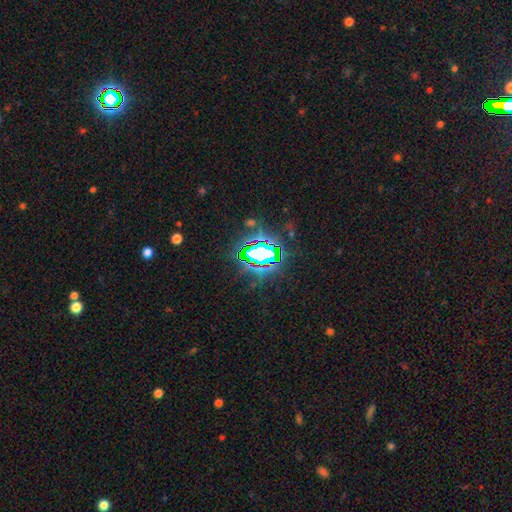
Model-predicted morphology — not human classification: Smooth or featured? Predicted: star or artifact (p=0.74).